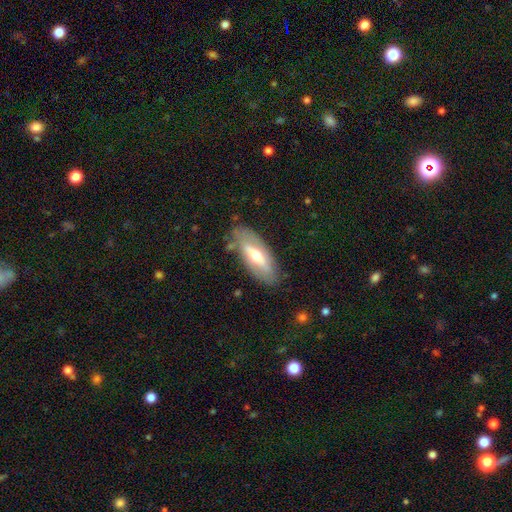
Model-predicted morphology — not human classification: Smooth or featured? featured or disk (53%)
Edge-on disk? no (64%)
Merging? none (76%)